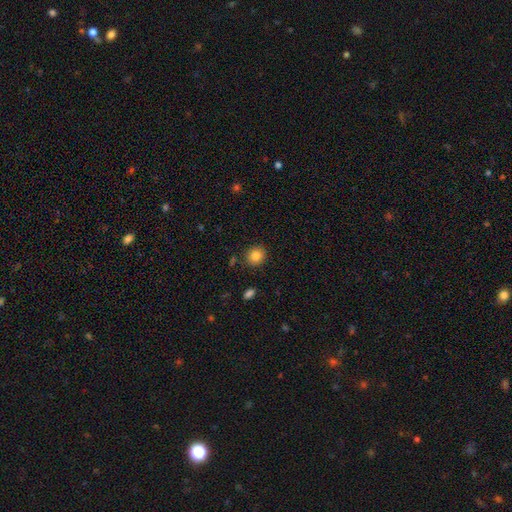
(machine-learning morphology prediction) Smooth or featured? Predicted: smooth (p=0.84). How rounded? Predicted: round (p=0.79). Merging? Predicted: none (p=0.88).